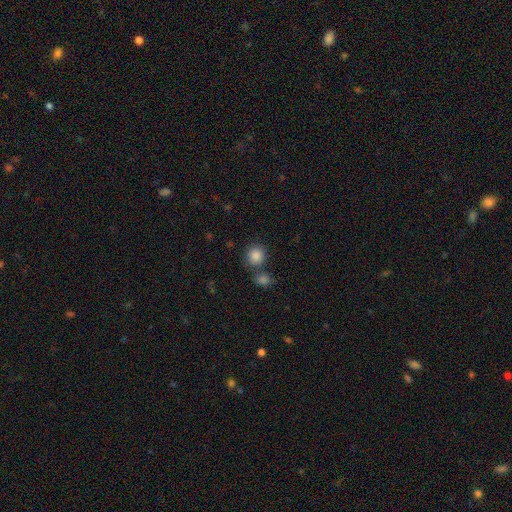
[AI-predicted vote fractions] A smooth galaxy with no disk features (86%) that is round (85%).

Vote fractions:
- Smooth or featured? smooth: 86% / star or artifact: 9% / featured or disk: 5%
- How rounded? round: 85% / in between: 14% / cigar-shaped: 1%
- Merging? none: 68% / merger: 19% / minor disturbance: 10% / major disturbance: 4%